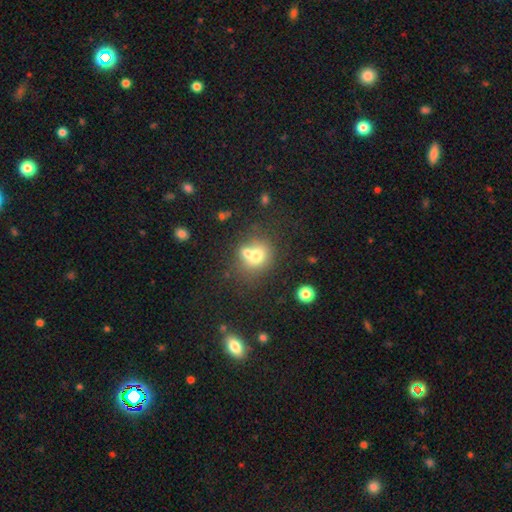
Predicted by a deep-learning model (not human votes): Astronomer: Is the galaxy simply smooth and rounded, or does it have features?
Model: smooth — 67%.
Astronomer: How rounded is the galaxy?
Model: round — 69%.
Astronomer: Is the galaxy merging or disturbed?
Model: merger — 48% (runner-up: none, 37%).